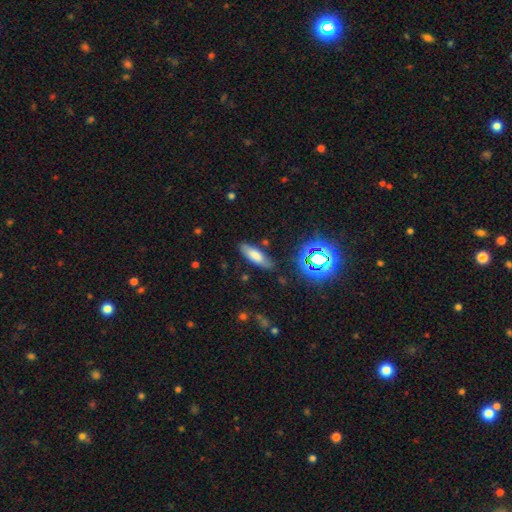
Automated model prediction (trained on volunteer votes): A smooth galaxy with no disk features (71%) that is in between round and cigar-shaped (56%). Merging: none (80%).